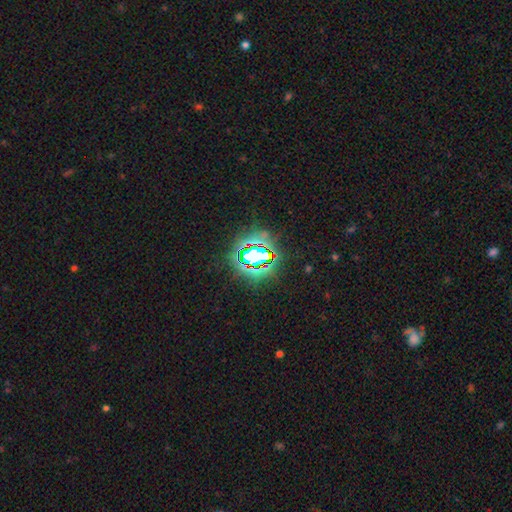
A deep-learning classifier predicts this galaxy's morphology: smooth_or_featured: star or artifact (p=0.72) [alt: smooth p=0.17]